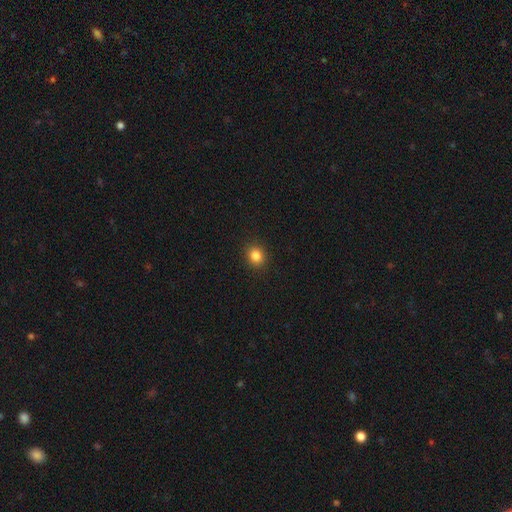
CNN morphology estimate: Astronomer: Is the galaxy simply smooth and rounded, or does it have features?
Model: smooth — 84%.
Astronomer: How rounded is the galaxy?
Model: round — 76%.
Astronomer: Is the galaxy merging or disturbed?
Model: none — 91%.